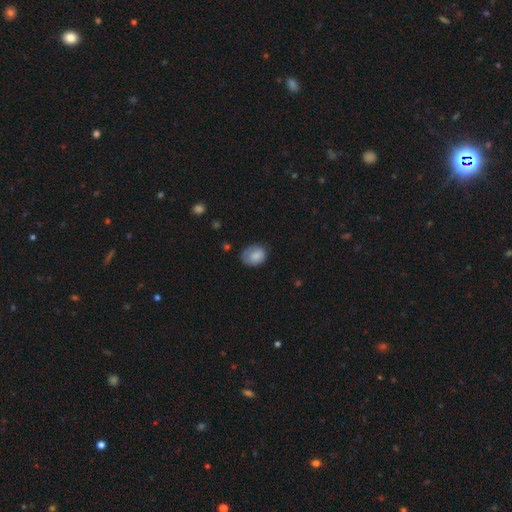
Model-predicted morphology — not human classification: Smooth or featured?
  - smooth: 79% *
  - featured or disk: 13%
  - star or artifact: 7%
How rounded?
  - in between: 57% *
  - round: 42%
  - cigar-shaped: 1%
Merging?
  - none: 60% *
  - minor disturbance: 28%
  - major disturbance: 11%
  - merger: 2%